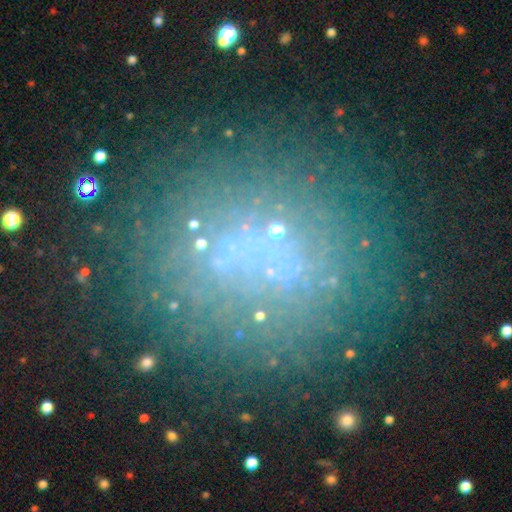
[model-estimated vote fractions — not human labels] Smooth or featured: star or artifact — 40% (smooth — 32%)